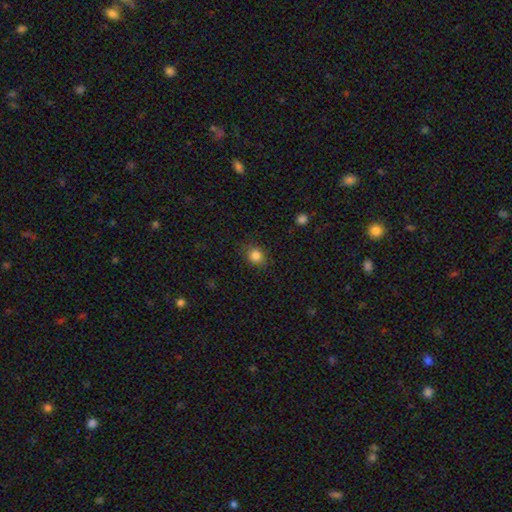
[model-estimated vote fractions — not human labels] Morphology: type=smooth (83%); roundness=round (77%); merging=none (85%).